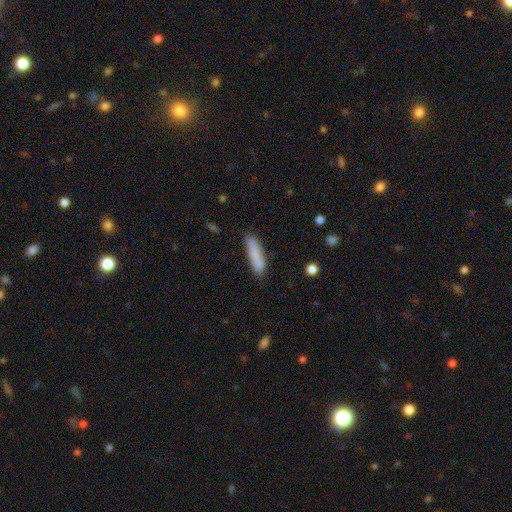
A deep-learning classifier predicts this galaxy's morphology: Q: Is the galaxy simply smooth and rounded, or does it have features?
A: smooth — 83%.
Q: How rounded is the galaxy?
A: cigar-shaped — 74%.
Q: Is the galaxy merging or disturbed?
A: none — 78%.